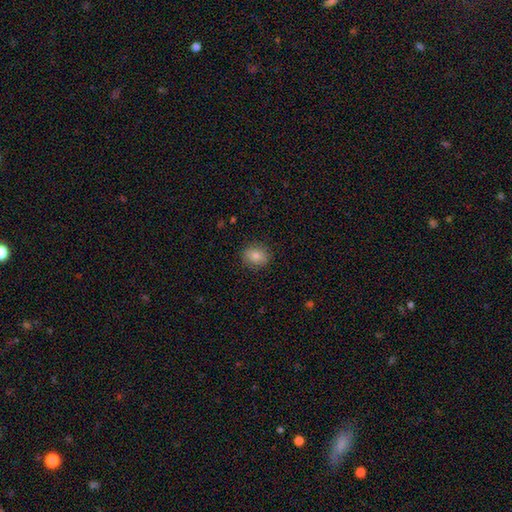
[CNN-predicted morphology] This is likely a smooth galaxy (79%). How rounded: possibly round (55%). Merging: clearly none (89%).